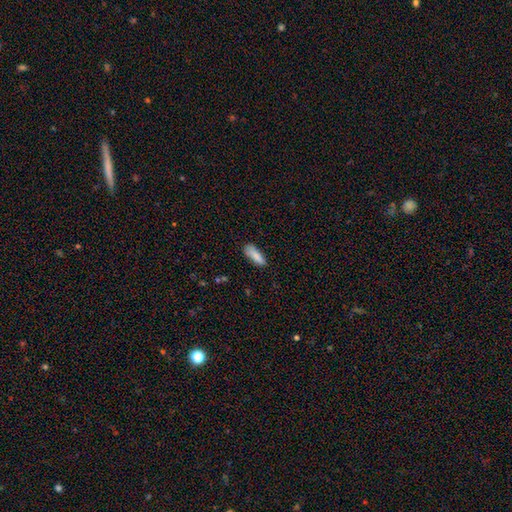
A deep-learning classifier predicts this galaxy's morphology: type=smooth (86%); roundness=in between (57%); merging=none (72%).